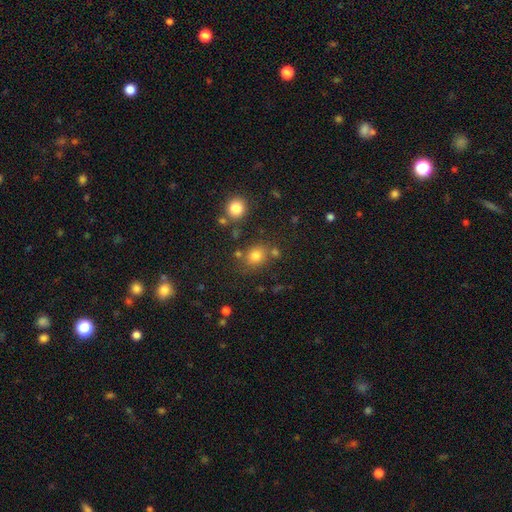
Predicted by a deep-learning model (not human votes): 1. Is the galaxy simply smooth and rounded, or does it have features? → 77% smooth, 16% star or artifact, 7% featured or disk.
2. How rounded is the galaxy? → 61% round, 38% in between, 1% cigar-shaped.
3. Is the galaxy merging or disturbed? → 72% none, 12% minor disturbance, 11% merger, 5% major disturbance.